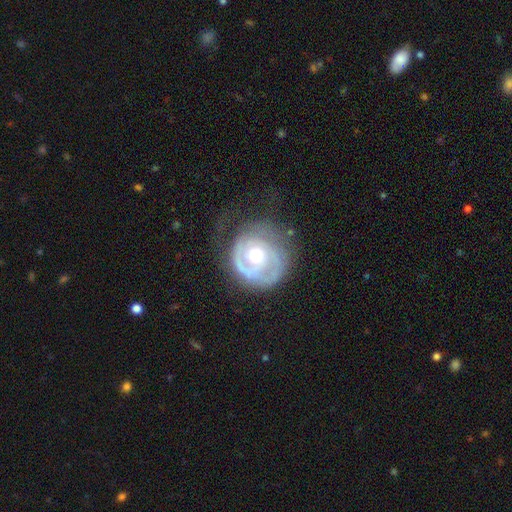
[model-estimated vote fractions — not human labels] Smooth or featured? Predicted: featured or disk (p=0.77). Edge-on disk? Predicted: no (p=0.97). Bar? Predicted: no (p=0.78). Spiral arms? Predicted: yes (p=0.83). Spiral winding? Predicted: tight (p=0.67). Spiral arm count? Predicted: 1 (p=0.36). Bulge size? Predicted: moderate (p=0.72). Merging? Predicted: none (p=0.57).